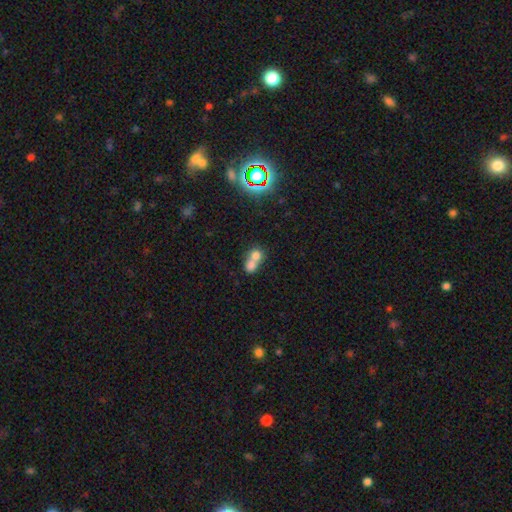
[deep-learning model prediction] Smooth or featured? Predicted: smooth (p=0.68). How rounded? Predicted: round (p=0.68). Merging? Predicted: merger (p=0.71).